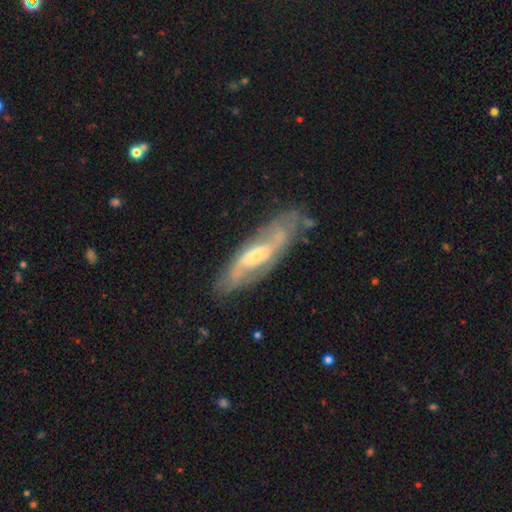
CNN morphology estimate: Smooth or featured?
  - featured or disk: 77% *
  - smooth: 18%
  - star or artifact: 6%
Edge-on disk?
  - no: 81% *
  - yes: 19%
Bar?
  - weak: 45% *
  - no: 33%
  - strong: 22%
Spiral arms?
  - yes: 87% *
  - no: 13%
Spiral winding?
  - medium: 45% *
  - tight: 28%
  - loose: 27%
Spiral arm count?
  - 2: 70% *
  - can't tell: 20%
  - 3: 4%
  - 1: 3%
  - 4: 2%
  - more than 4: 2%
Bulge size?
  - moderate: 51% *
  - small: 34%
  - large: 11%
  - none: 3%
  - dominant: 1%
Merging?
  - none: 72% *
  - minor disturbance: 18%
  - major disturbance: 7%
  - merger: 2%